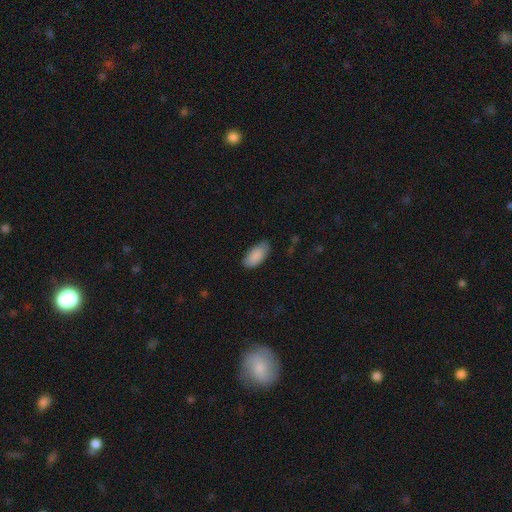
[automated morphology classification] smooth 89%, star or artifact 6%, featured or disk 5%. Down the decision tree: how rounded — in between (93%); merging — none (78%).